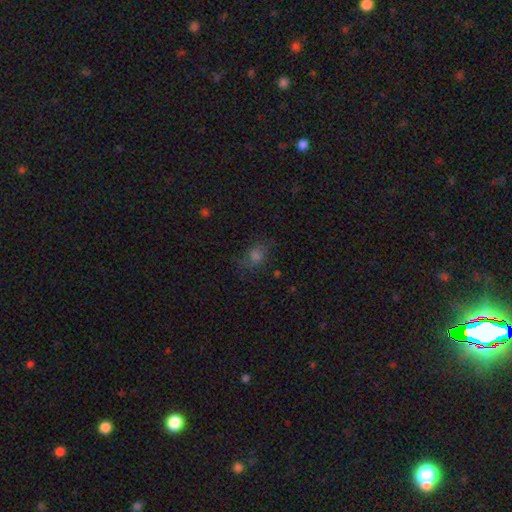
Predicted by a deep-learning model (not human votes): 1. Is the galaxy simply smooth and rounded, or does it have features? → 57% smooth, 27% star or artifact, 17% featured or disk.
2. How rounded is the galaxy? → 54% in between, 43% round, 3% cigar-shaped.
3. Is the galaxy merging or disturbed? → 67% none, 20% minor disturbance, 10% major disturbance, 2% merger.